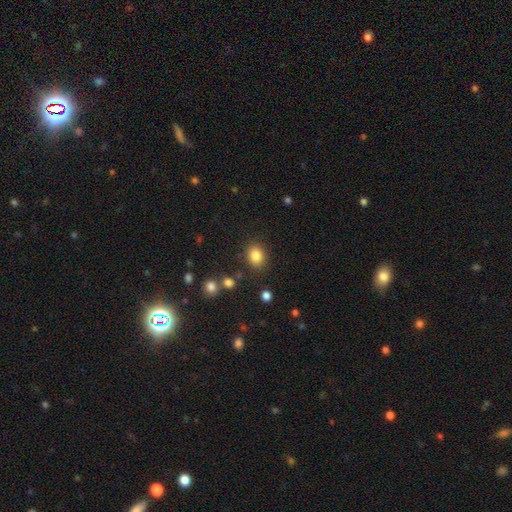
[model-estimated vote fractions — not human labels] Smooth or featured: smooth — 84% (star or artifact — 10%)
How rounded: round — 52% (in between — 47%)
Merging: none — 85% (minor disturbance — 9%)